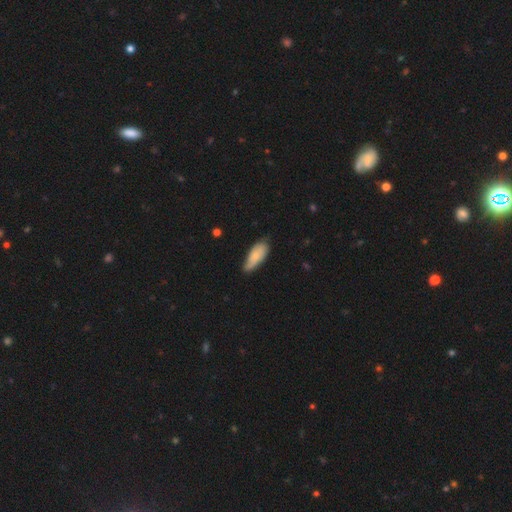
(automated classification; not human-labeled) Smooth or featured? smooth (74%)
How rounded? in between (80%)
Merging? none (58%)